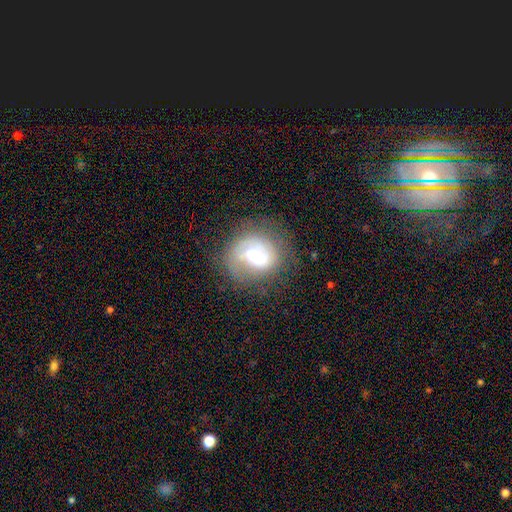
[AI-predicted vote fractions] This is likely a featured or disk galaxy (63%). It is clearly not viewed edge-on (97%). Bar: possibly weak (52%). Spiral arm pattern: likely yes (79%). Central bulge: possibly moderate (48%). Merging: likely none (60%).